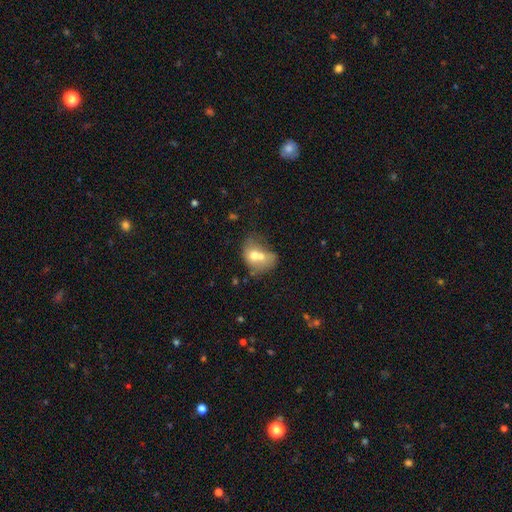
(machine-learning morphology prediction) smooth 62%, featured or disk 29%, star or artifact 9%. Down the decision tree: how rounded — in between (58%); merging — merger (68%).